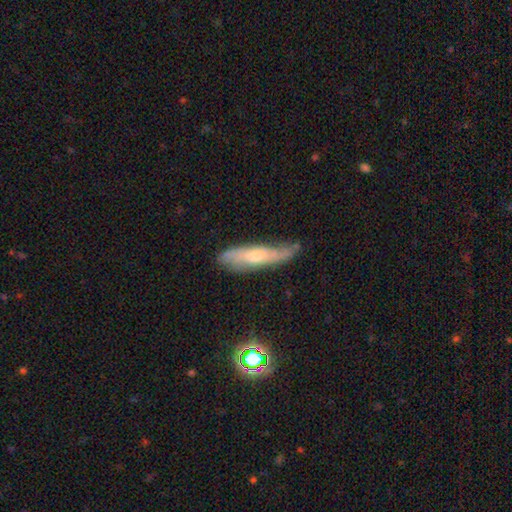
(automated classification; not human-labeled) Q: Smooth or featured?
A: featured or disk (55%); runner-up: smooth (37%)
Q: Edge-on disk?
A: no (51%); runner-up: yes (49%)
Q: Merging?
A: none (58%); runner-up: minor disturbance (30%)